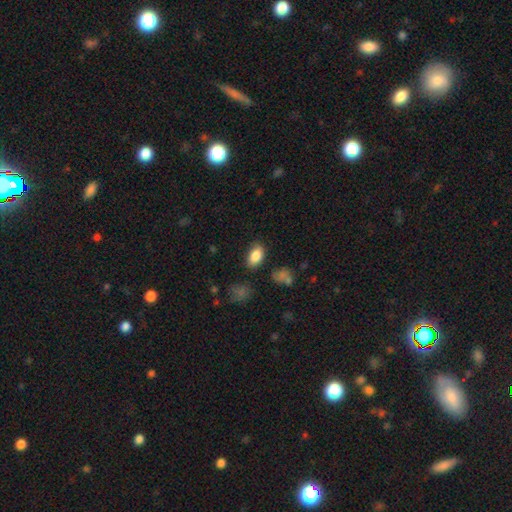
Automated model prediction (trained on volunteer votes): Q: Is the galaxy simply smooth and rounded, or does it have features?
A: smooth — 85%.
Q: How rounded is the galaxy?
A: in between — 91%.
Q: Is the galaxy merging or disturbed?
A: none — 82%.